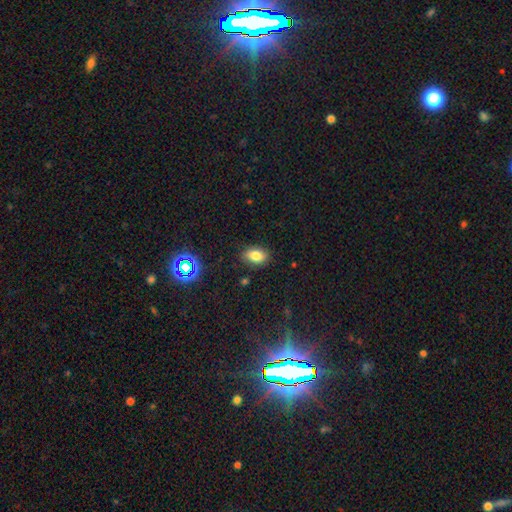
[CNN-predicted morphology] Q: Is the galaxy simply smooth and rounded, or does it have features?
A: smooth — 79%.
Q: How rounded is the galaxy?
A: in between — 84%.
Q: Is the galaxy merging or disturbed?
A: none — 84%.